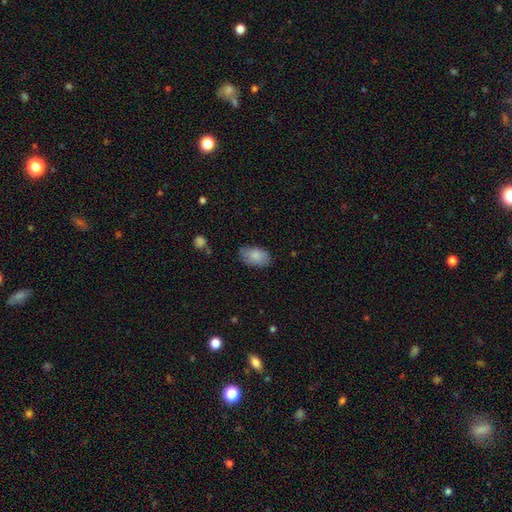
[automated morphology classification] Smooth or featured? Predicted: smooth (p=0.83). How rounded? Predicted: in between (p=0.92). Merging? Predicted: none (p=0.74).